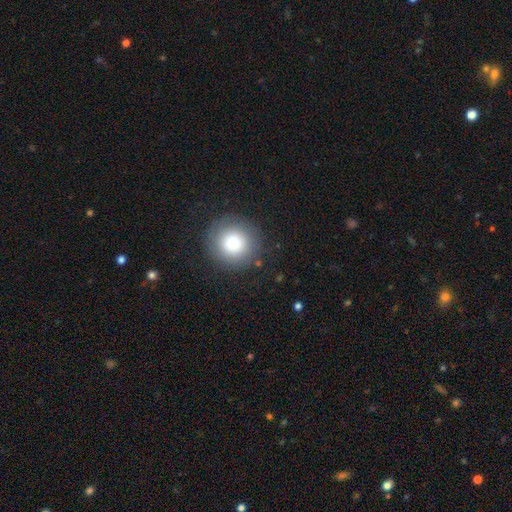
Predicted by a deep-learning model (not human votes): Smooth or featured? Predicted: smooth (p=0.73). How rounded? Predicted: round (p=0.94). Merging? Predicted: none (p=0.89).